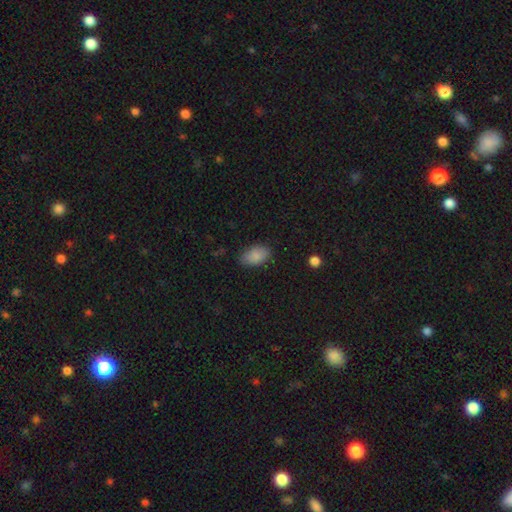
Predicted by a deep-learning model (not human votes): The model was most divided on "merging": none: 81%, minor disturbance: 14%, major disturbance: 3%, merger: 1%. More confident: how rounded — in between (92%); smooth or featured — smooth (88%).